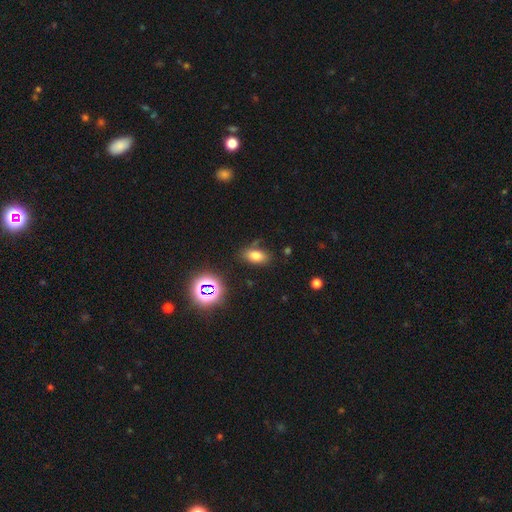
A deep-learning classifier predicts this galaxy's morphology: A smooth galaxy with no disk features (72%) that is in between round and cigar-shaped (86%).

Vote fractions:
- Smooth or featured? smooth: 72% / star or artifact: 17% / featured or disk: 10%
- How rounded? in between: 86% / round: 10% / cigar-shaped: 5%
- Merging? none: 77% / minor disturbance: 15% / major disturbance: 5% / merger: 4%